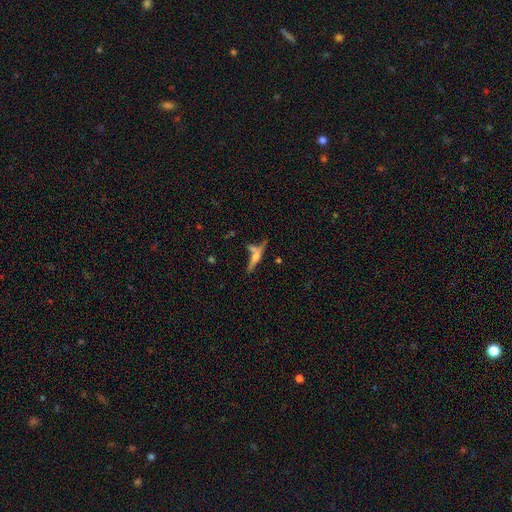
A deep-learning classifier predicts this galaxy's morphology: A featured or disk galaxy (55%) viewed edge-on (91%) with a rounded central bulge (76%). Merging: none (56%).